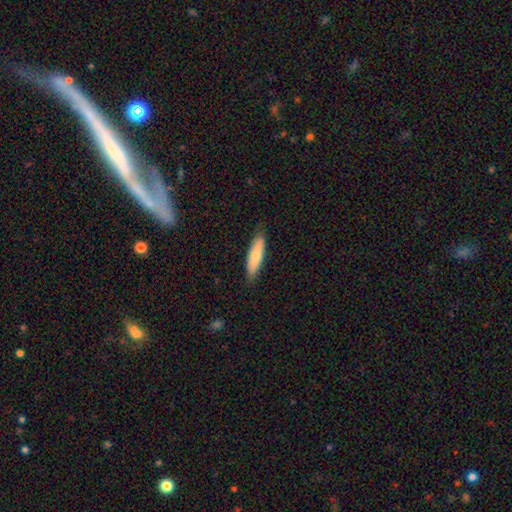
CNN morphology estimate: Smooth or featured? smooth (76%)
How rounded? cigar-shaped (65%)
Merging? none (84%)